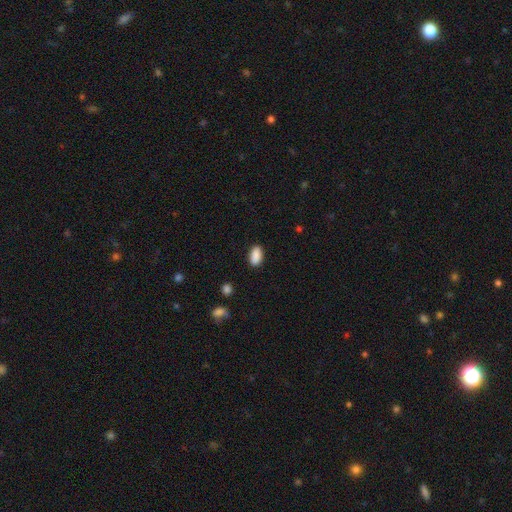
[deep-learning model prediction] smooth-or-featured: smooth: 89% | star or artifact: 7% | featured or disk: 4%
  how-rounded: in between: 91% | cigar-shaped: 6% | round: 4%
  merging: none: 87% | minor disturbance: 10% | major disturbance: 2% | merger: 1%